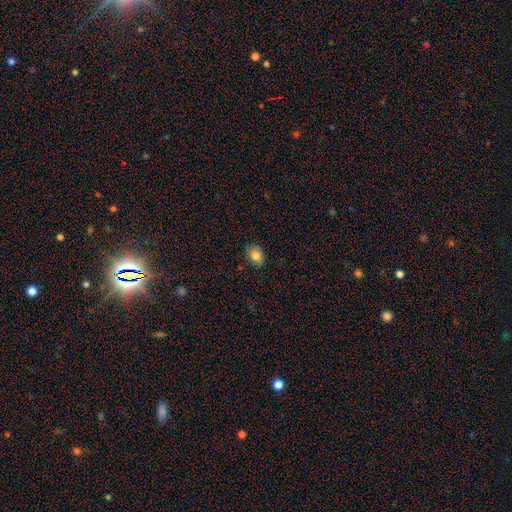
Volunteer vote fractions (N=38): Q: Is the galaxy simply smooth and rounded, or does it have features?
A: smooth — 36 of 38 (95%).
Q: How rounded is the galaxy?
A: in between — 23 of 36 (64%).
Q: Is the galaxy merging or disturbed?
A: none — 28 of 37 (76%).